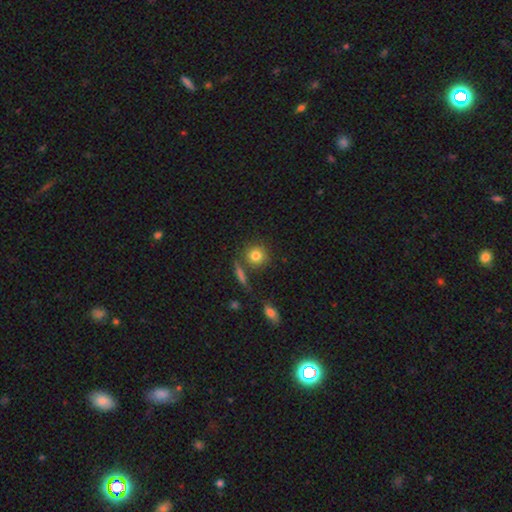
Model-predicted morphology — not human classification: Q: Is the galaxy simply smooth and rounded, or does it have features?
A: smooth — 81%.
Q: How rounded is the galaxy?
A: round — 86%.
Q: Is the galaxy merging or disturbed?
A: none — 74%.